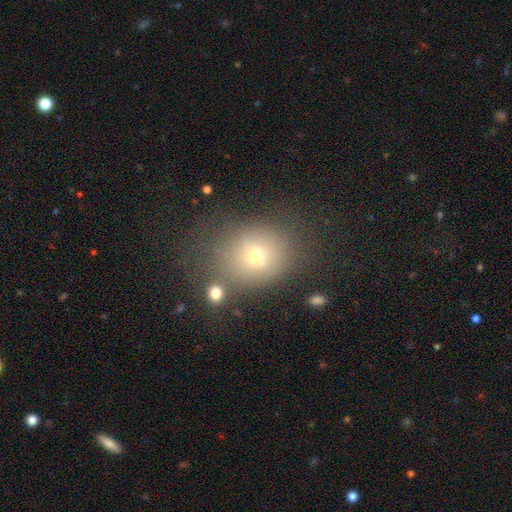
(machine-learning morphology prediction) This is likely a smooth galaxy (64%). How rounded: possibly round (60%). Merging: likely none (66%).